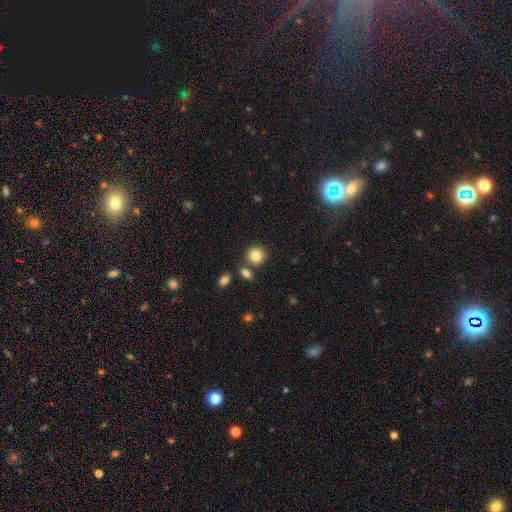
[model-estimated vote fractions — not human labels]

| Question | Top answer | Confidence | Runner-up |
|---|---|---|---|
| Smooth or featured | smooth | 84% | star or artifact (9%) |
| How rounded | round | 86% | in between (13%) |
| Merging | none | 73% | merger (14%) |